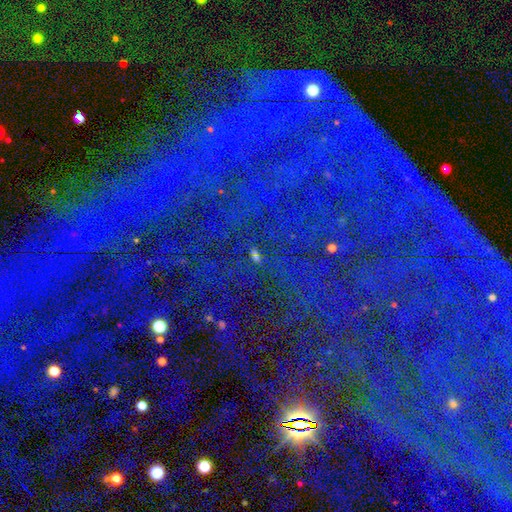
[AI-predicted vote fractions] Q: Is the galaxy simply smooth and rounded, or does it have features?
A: star or artifact — 73%.